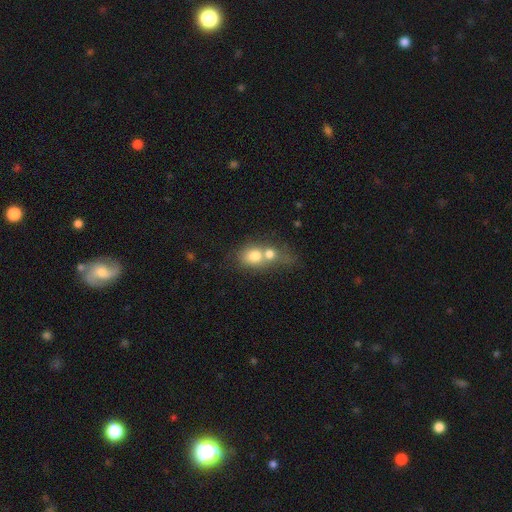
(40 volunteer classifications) Volunteers were most divided on "how rounded": round: 57%, in between: 43%, cigar-shaped: 0%. More confident: merging — merger (84%); smooth or featured — smooth (75%).